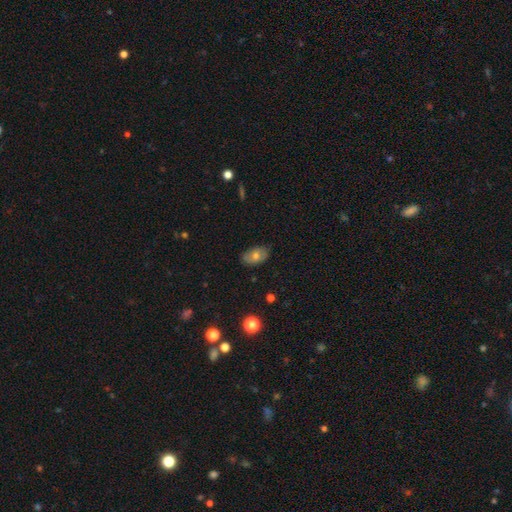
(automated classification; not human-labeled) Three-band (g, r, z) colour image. It shows a smooth galaxy with no disk features (62%) that is in between round and cigar-shaped (88%). Merging: none (78%).